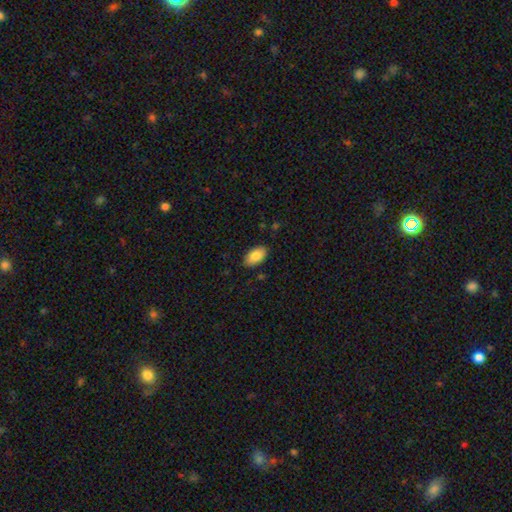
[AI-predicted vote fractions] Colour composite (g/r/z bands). It shows a smooth galaxy with no disk features (84%) that is in between round and cigar-shaped (94%). Merging: none (86%).